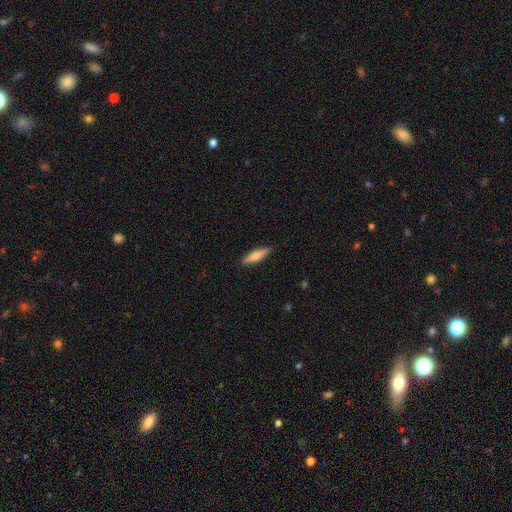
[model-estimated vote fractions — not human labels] Overall: smooth (62%; featured or disk 32%). How rounded: cigar-shaped (73%). Merging: none (89%).